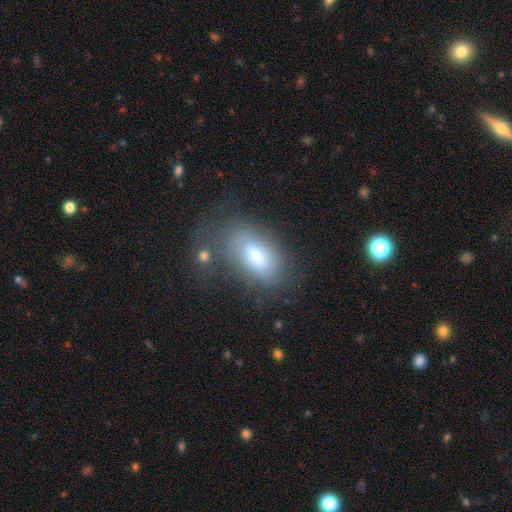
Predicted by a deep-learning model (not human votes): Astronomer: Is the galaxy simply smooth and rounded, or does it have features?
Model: smooth — 71%.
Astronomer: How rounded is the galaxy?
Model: in between — 89%.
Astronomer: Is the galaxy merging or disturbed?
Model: none — 48%.